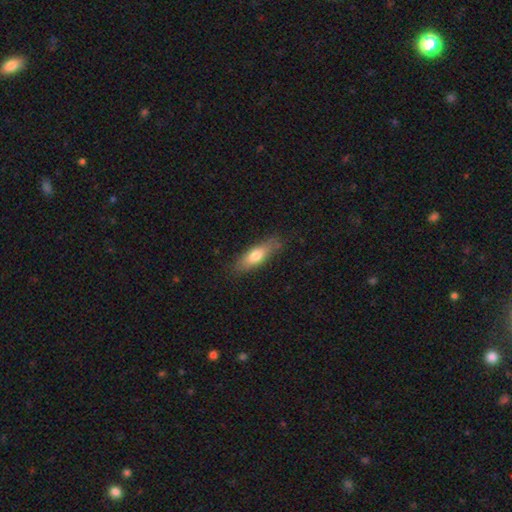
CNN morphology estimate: This is likely a smooth galaxy (71%). How rounded: possibly in between (57%). Merging: likely none (76%).